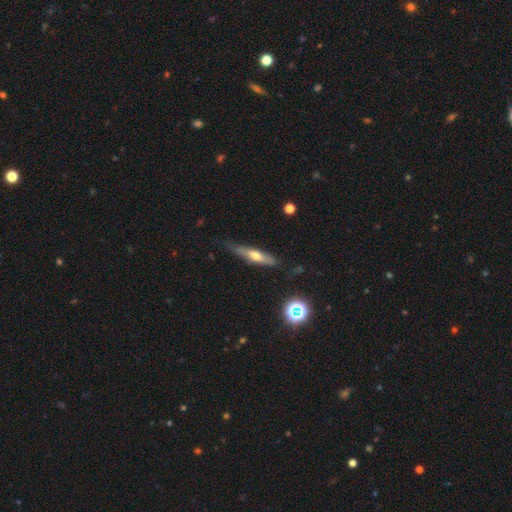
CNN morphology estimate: This appears to be a smooth galaxy with no disk features (48%). Merging: none (64%).